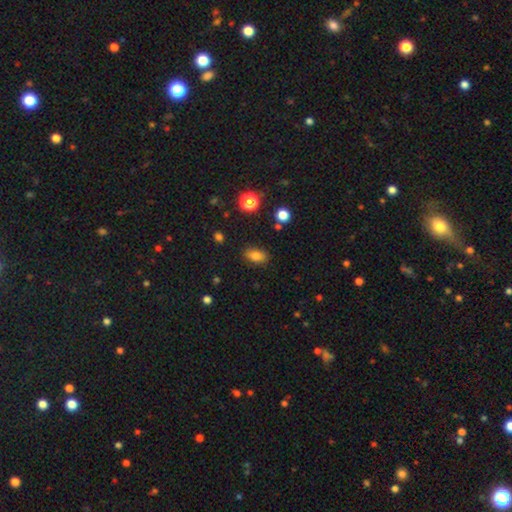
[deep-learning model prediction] The model was most divided on "smooth or featured": smooth: 81%, star or artifact: 12%, featured or disk: 7%. More confident: how rounded — in between (85%); merging — none (84%).